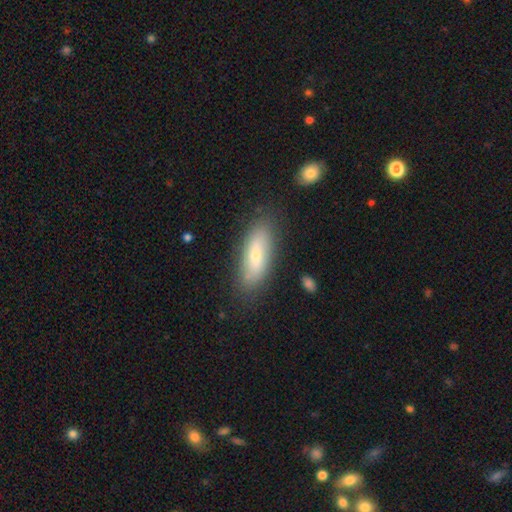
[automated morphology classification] Q: Smooth or featured?
A: smooth (62%); runner-up: featured or disk (31%)
Q: How rounded?
A: in between (61%); runner-up: cigar-shaped (36%)
Q: Merging?
A: none (80%); runner-up: minor disturbance (14%)